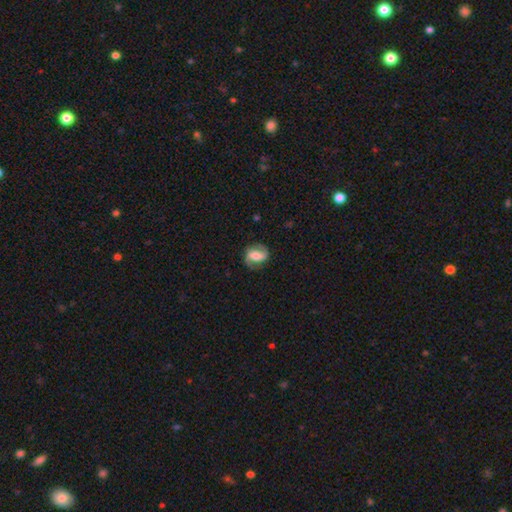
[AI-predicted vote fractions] Smooth or featured? Predicted: featured or disk (p=0.72). Edge-on disk? Predicted: no (p=0.97). Bar? Predicted: strong (p=0.42). Spiral arms? Predicted: yes (p=0.90). Spiral winding? Predicted: medium (p=0.46). Spiral arm count? Predicted: 2 (p=0.87). Bulge size? Predicted: moderate (p=0.54). Merging? Predicted: none (p=0.76).